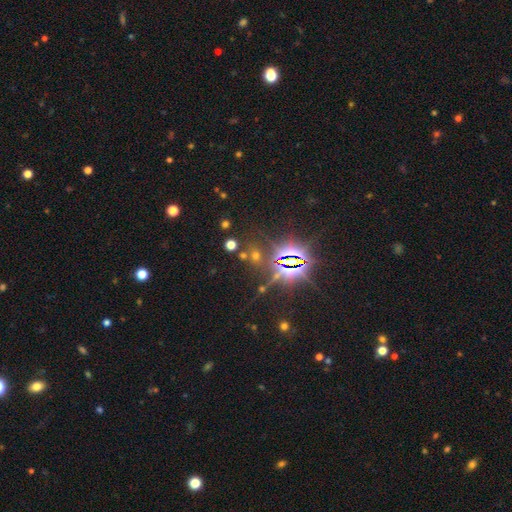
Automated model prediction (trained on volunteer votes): The model was most divided on "smooth or featured": star or artifact: 68%, smooth: 23%, featured or disk: 9%.